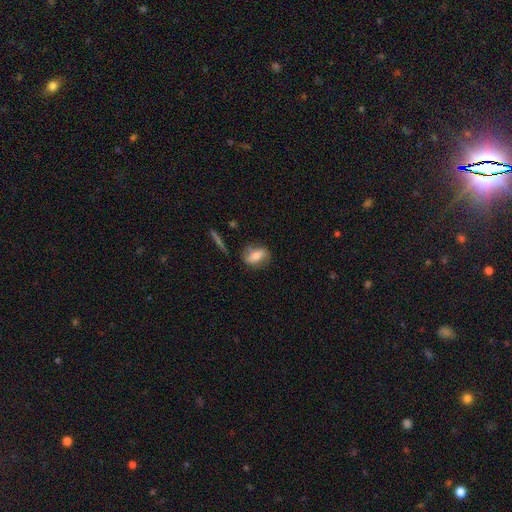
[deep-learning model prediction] This is possibly a smooth galaxy (53%). How rounded: likely in between (73%). Merging: likely none (70%).